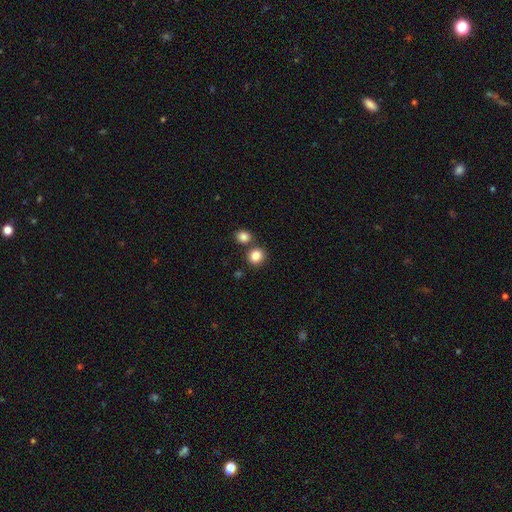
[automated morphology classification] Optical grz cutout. It shows a smooth galaxy with no disk features (85%) that is round (83%). Merging: none (72%).